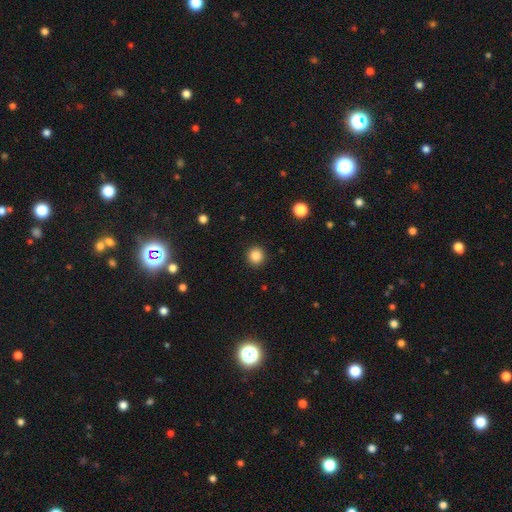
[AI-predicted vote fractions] smooth-or-featured: smooth: 86% | star or artifact: 11% | featured or disk: 3%
  how-rounded: round: 93% | in between: 6% | cigar-shaped: 1%
  merging: none: 92% | minor disturbance: 5% | major disturbance: 2% | merger: 1%